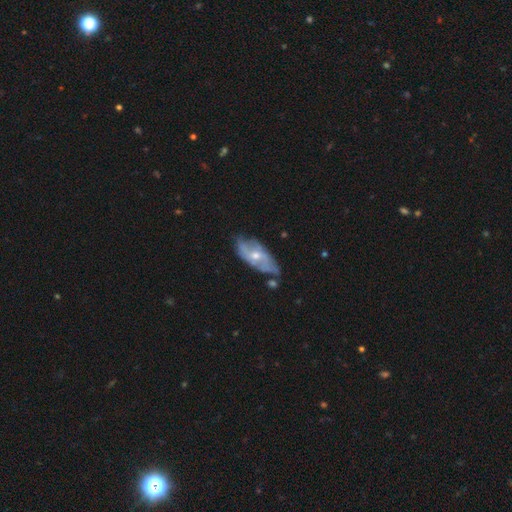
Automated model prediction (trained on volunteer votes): smooth-or-featured: featured or disk: 65% | smooth: 29% | star or artifact: 6%
  disk-edge-on: no: 86% | yes: 14%
    bar: no: 60% | weak: 33% | strong: 7%
    has-spiral-arms: yes: 66% | no: 34%
    bulge-size: moderate: 53% | small: 42% | large: 2% | none: 1% | dominant: 1%
  merging: none: 52% | minor disturbance: 31% | major disturbance: 10% | merger: 7%